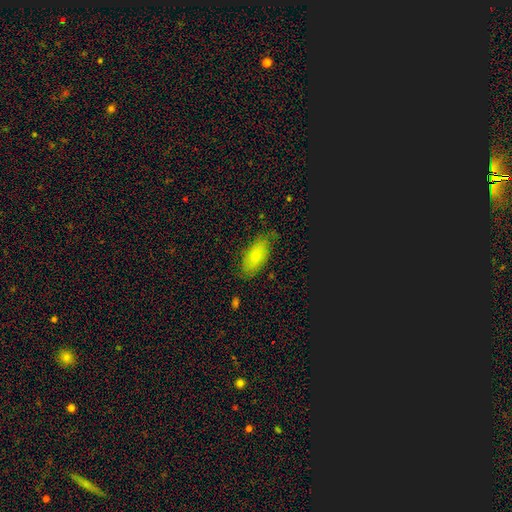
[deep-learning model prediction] Smooth or featured? Predicted: smooth (p=0.77). How rounded? Predicted: in between (p=0.89). Merging? Predicted: none (p=0.73).